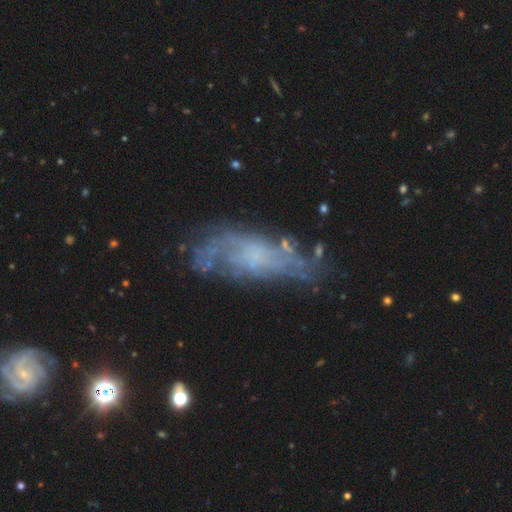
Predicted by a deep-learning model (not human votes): Smooth or featured: featured or disk — 70% (smooth — 20%)
Edge-on disk: no — 88% (yes — 12%)
Bar: no — 72% (weak — 23%)
Spiral arms: yes — 71% (no — 29%)
Bulge size: none — 51% (small — 27%)
Merging: none — 59% (minor disturbance — 22%)